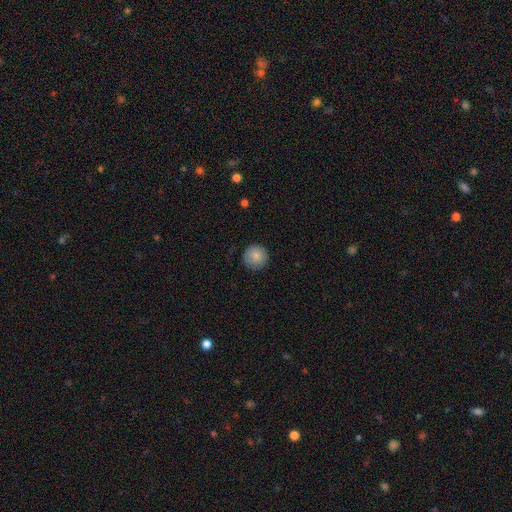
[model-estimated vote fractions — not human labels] The model was most divided on "smooth or featured": smooth: 86%, star or artifact: 8%, featured or disk: 6%. More confident: how rounded — round (96%); merging — none (88%).